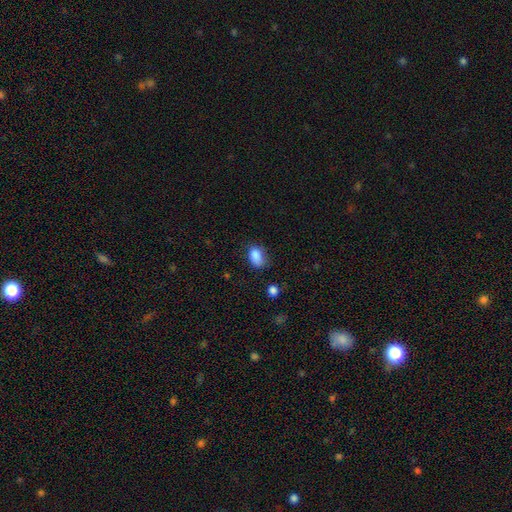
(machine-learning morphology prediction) Smooth or featured?
  - smooth: 85% *
  - star or artifact: 9%
  - featured or disk: 5%
How rounded?
  - in between: 85% *
  - round: 14%
  - cigar-shaped: 2%
Merging?
  - none: 60% *
  - minor disturbance: 29%
  - major disturbance: 8%
  - merger: 3%